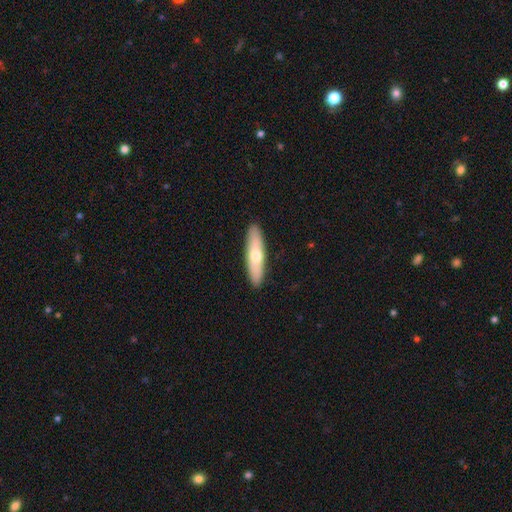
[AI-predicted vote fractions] smooth_or_featured: smooth (p=0.60) [alt: featured or disk p=0.35]
how_rounded: cigar-shaped (p=0.73) [alt: in between p=0.26]
merging: none (p=0.91) [alt: minor disturbance p=0.07]